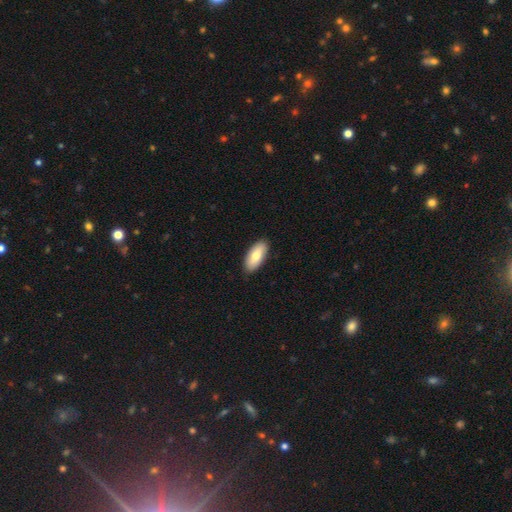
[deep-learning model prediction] Smooth or featured?
  - smooth: 78% *
  - featured or disk: 16%
  - star or artifact: 6%
How rounded?
  - in between: 87% *
  - cigar-shaped: 11%
  - round: 2%
Merging?
  - none: 89% *
  - minor disturbance: 9%
  - major disturbance: 2%
  - merger: 1%